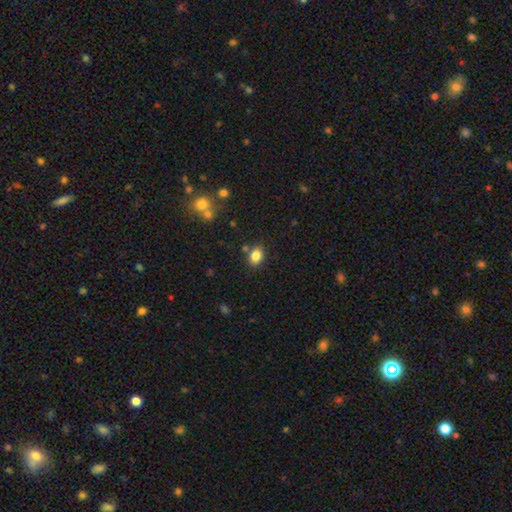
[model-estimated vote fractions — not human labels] This is clearly a smooth galaxy (84%). How rounded: likely in between (73%). Merging: likely none (80%).